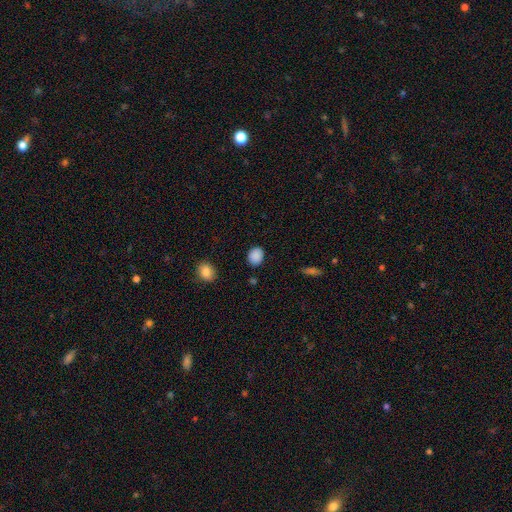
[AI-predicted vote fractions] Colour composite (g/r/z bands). It shows a smooth galaxy with no disk features (88%) that is round (56%). Merging: none (87%).